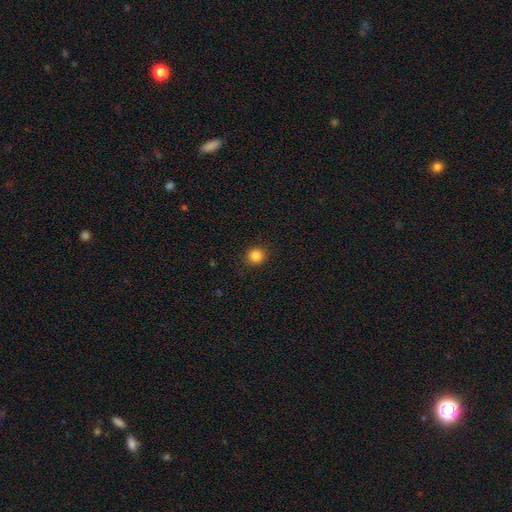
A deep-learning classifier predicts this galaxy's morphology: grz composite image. It shows a smooth galaxy with no disk features (85%) that is round (89%). Merging: none (89%).